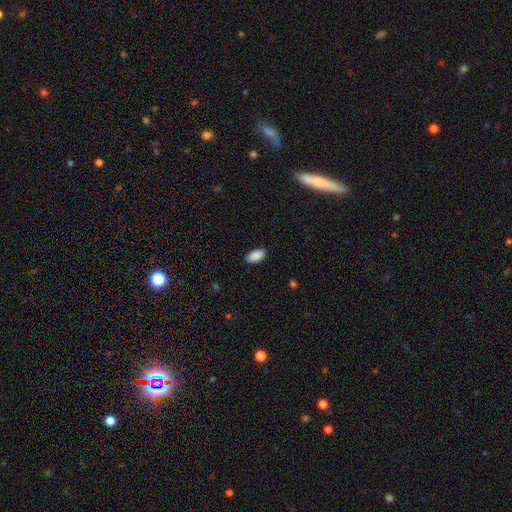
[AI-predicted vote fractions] Smooth or featured? Predicted: smooth (p=0.90). How rounded? Predicted: in between (p=0.94). Merging? Predicted: none (p=0.88).